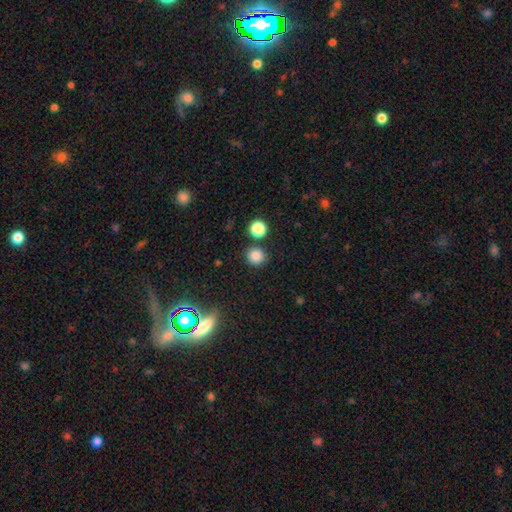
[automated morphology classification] Q: Smooth or featured?
A: smooth (84%); runner-up: star or artifact (12%)
Q: How rounded?
A: round (89%); runner-up: in between (10%)
Q: Merging?
A: none (82%); runner-up: minor disturbance (8%)